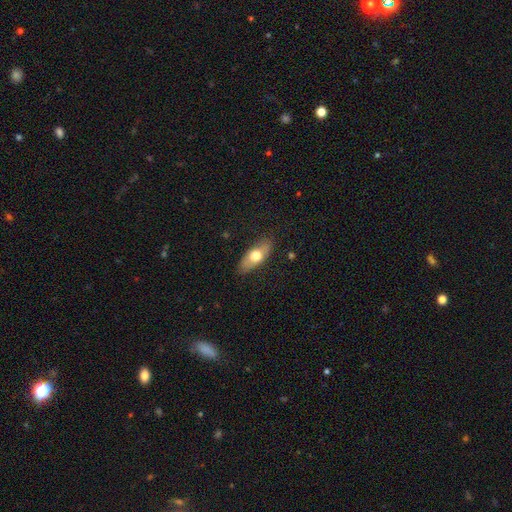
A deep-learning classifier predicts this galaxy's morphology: Overall: smooth (64%; featured or disk 30%). How rounded: in between (75%). Merging: none (84%).